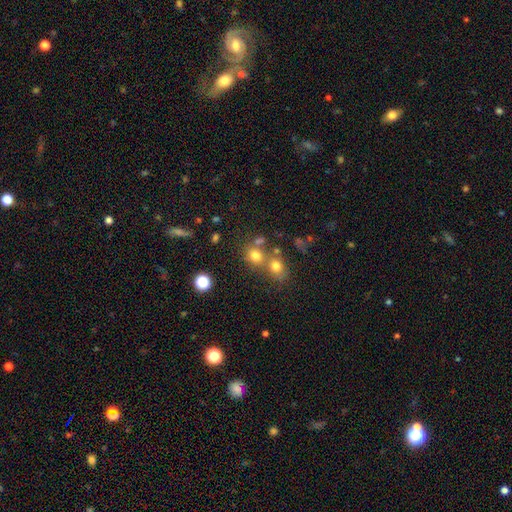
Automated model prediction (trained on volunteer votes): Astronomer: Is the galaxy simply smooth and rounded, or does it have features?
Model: smooth — 69%.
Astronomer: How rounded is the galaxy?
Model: round — 76%.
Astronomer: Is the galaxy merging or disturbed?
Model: none — 48% (runner-up: merger, 39%).